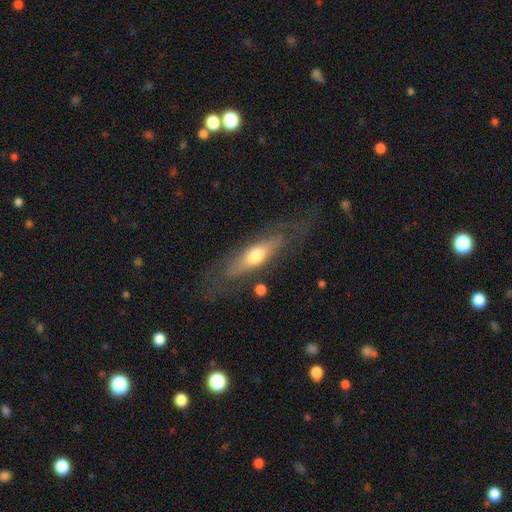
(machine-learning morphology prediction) This appears to be a featured or disk galaxy (52%) viewed edge-on (54%). Merging: none (68%).